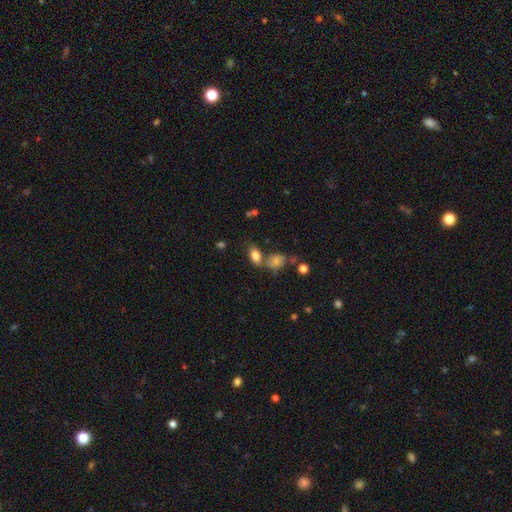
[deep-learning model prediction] smooth 81%, star or artifact 10%, featured or disk 9%. Down the decision tree: how rounded — in between (86%); merging — none (53%).